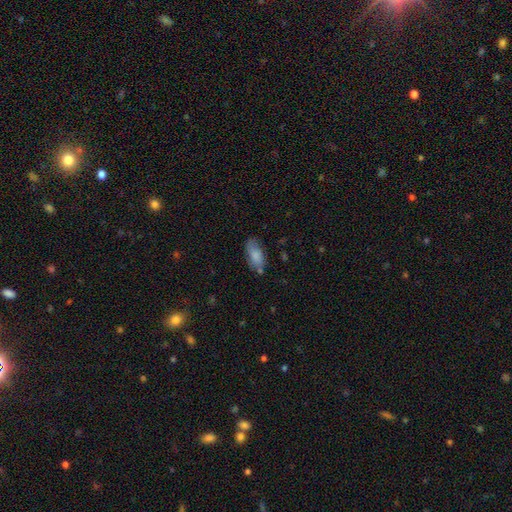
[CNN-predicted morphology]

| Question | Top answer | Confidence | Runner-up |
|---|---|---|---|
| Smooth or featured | smooth | 79% | featured or disk (14%) |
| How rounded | in between | 85% | cigar-shaped (13%) |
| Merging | none | 65% | minor disturbance (22%) |